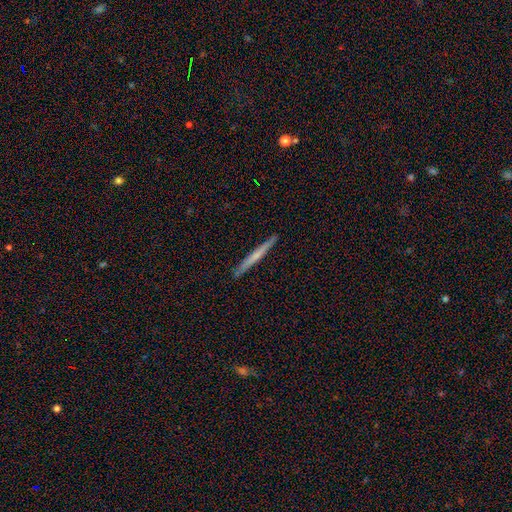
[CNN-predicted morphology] The model was most divided on "smooth or featured": smooth: 49%, featured or disk: 46%, star or artifact: 6%. More confident: merging — none (92%).